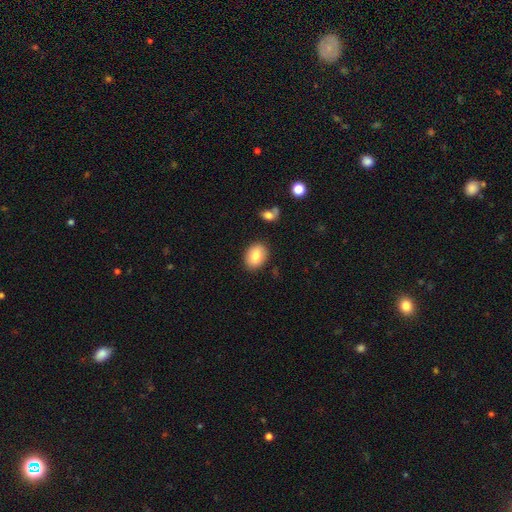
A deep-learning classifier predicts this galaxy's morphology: Overall: smooth (82%). How rounded: in between (70%). Merging: none (87%).